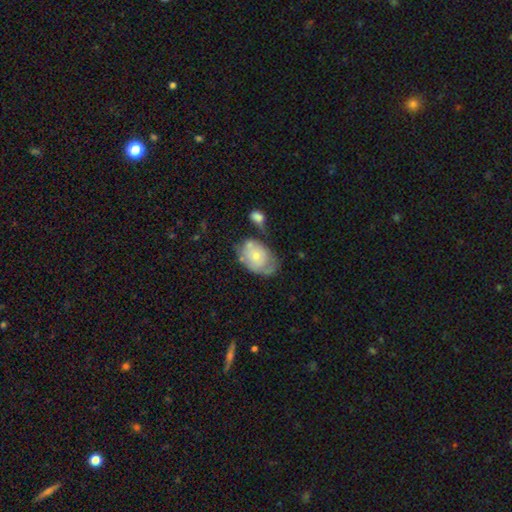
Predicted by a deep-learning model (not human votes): smooth 54%, featured or disk 40%, star or artifact 7%. Down the decision tree: how rounded — in between (80%); merging — none (35%).